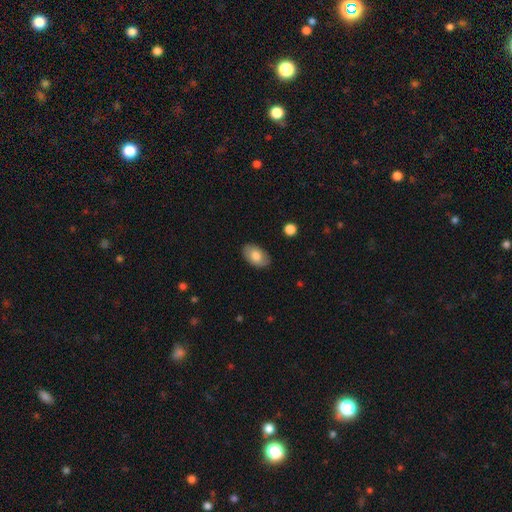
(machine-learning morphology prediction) smooth_or_featured: smooth (p=0.80) [alt: featured or disk p=0.13]
how_rounded: in between (p=0.93) [alt: round p=0.06]
merging: none (p=0.86) [alt: minor disturbance p=0.11]